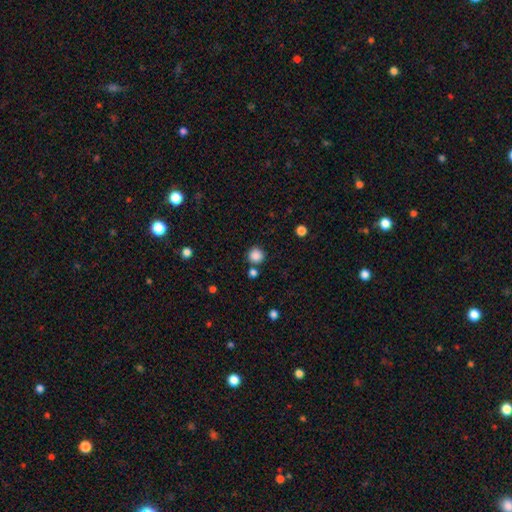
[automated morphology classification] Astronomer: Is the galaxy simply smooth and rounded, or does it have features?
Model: smooth — 86%.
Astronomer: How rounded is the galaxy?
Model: round — 94%.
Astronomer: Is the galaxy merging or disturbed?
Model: none — 81%.